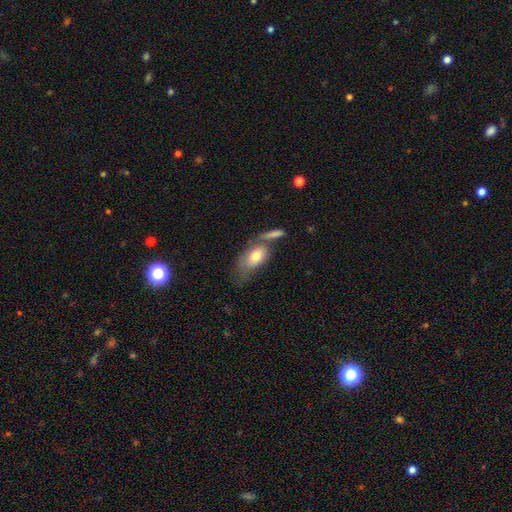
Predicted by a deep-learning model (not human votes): Morphology: type=smooth (71%); roundness=in between (87%); merging=none (34%).